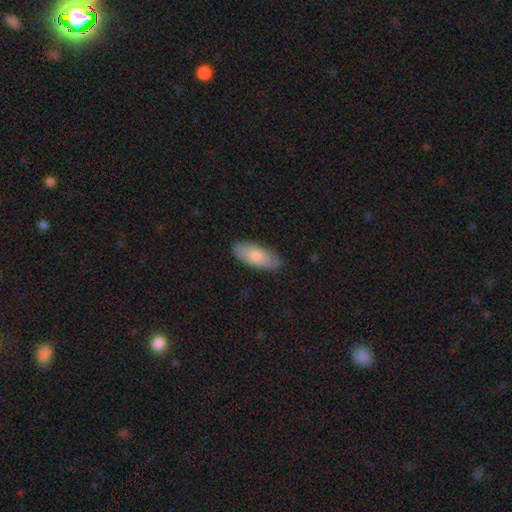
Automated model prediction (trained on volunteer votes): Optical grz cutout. It shows a smooth galaxy with no disk features (75%) that is in between round and cigar-shaped (83%). Merging: none (86%).